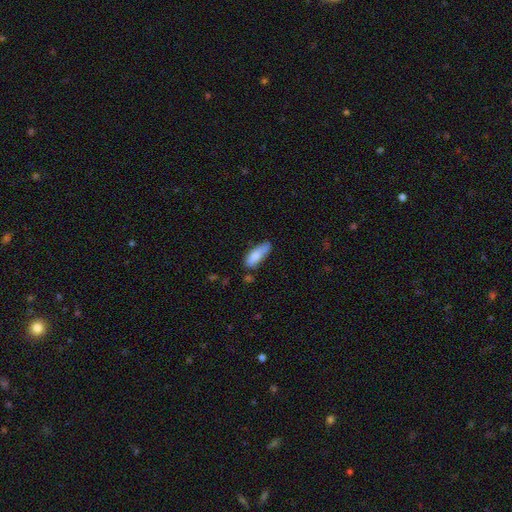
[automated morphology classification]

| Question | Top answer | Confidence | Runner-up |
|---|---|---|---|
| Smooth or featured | smooth | 82% | featured or disk (12%) |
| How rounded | in between | 63% | cigar-shaped (35%) |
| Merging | none | 57% | minor disturbance (31%) |